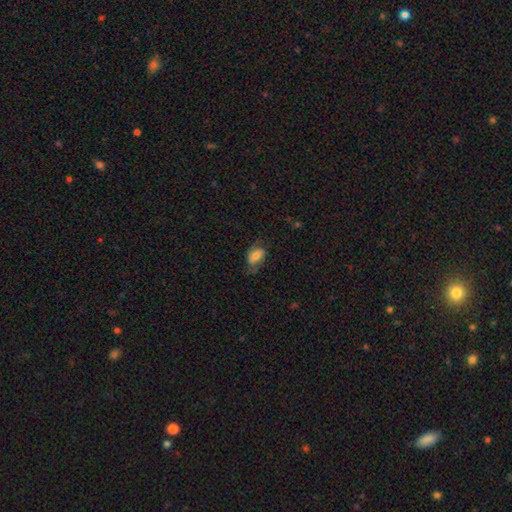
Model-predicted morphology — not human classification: Smooth or featured?
  - featured or disk: 46% *
  - smooth: 45%
  - star or artifact: 9%
Merging?
  - none: 62% *
  - minor disturbance: 23%
  - major disturbance: 14%
  - merger: 1%